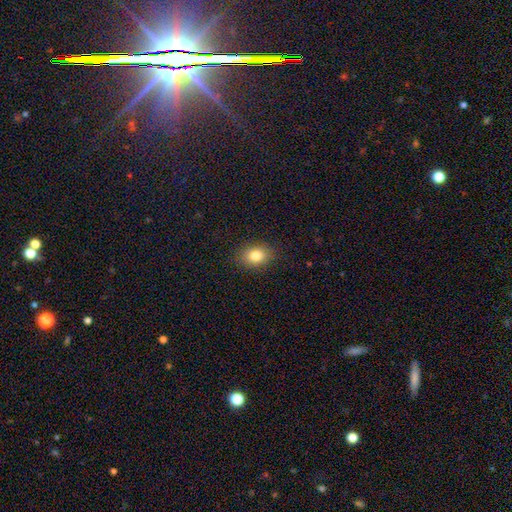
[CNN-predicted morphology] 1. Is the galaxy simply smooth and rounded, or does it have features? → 83% smooth, 10% star or artifact, 7% featured or disk.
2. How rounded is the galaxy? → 68% in between, 31% round, 1% cigar-shaped.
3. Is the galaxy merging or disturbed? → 87% none, 9% minor disturbance, 3% major disturbance, 1% merger.